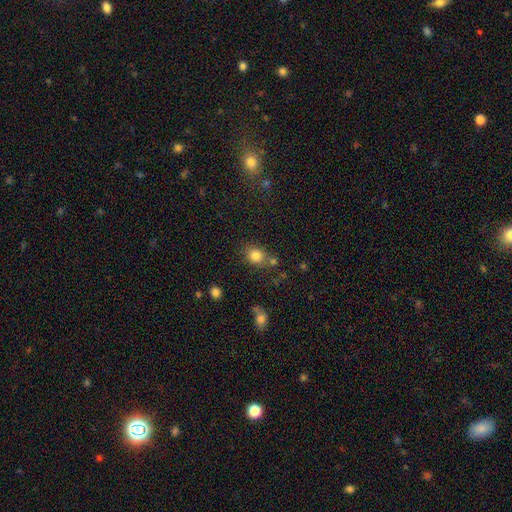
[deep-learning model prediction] Morphology: type=smooth (83%); roundness=round (61%); merging=none (65%).